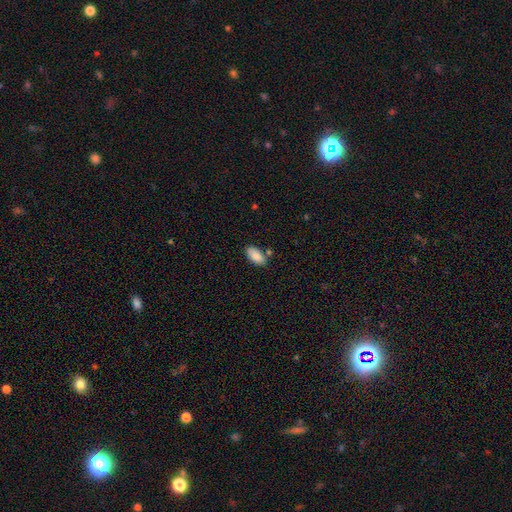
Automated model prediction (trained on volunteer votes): A smooth galaxy with no disk features (88%) that is in between round and cigar-shaped (94%). Merging: none (77%).